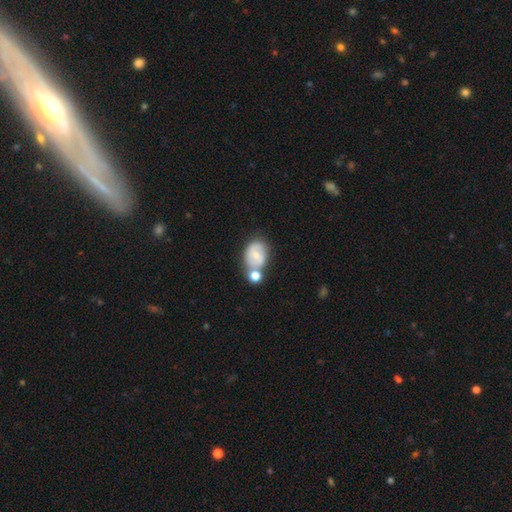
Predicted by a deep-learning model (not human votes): A smooth galaxy with no disk features (49%). Merging: none (45%).